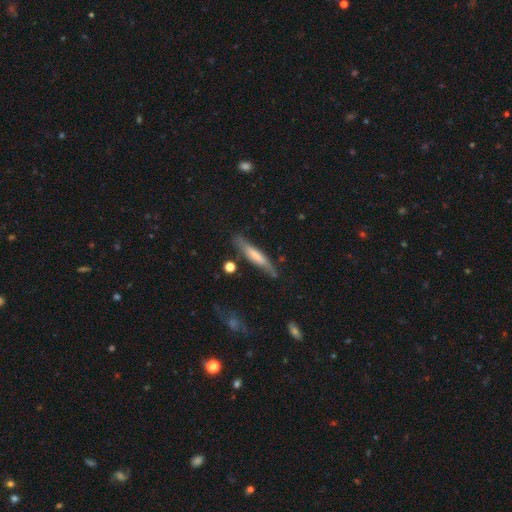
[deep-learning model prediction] Q: Smooth or featured?
A: smooth (56%); runner-up: featured or disk (38%)
Q: How rounded?
A: cigar-shaped (88%); runner-up: in between (10%)
Q: Merging?
A: none (73%); runner-up: minor disturbance (19%)